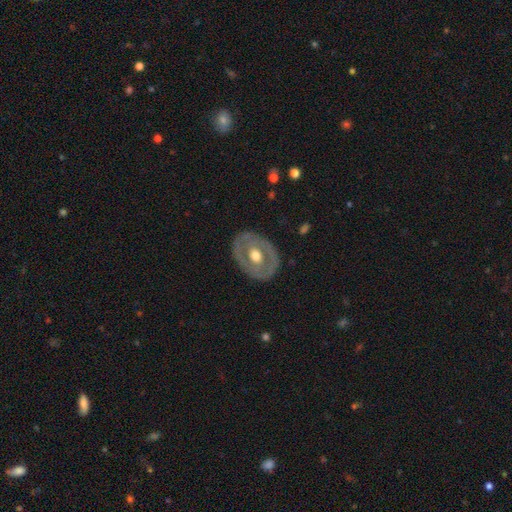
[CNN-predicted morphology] Q: Smooth or featured?
A: featured or disk (63%); runner-up: smooth (32%)
Q: Edge-on disk?
A: no (93%); runner-up: yes (7%)
Q: Bar?
A: no (78%); runner-up: weak (17%)
Q: Spiral arms?
A: no (78%); runner-up: yes (22%)
Q: Bulge size?
A: moderate (71%); runner-up: large (21%)
Q: Merging?
A: none (80%); runner-up: minor disturbance (14%)